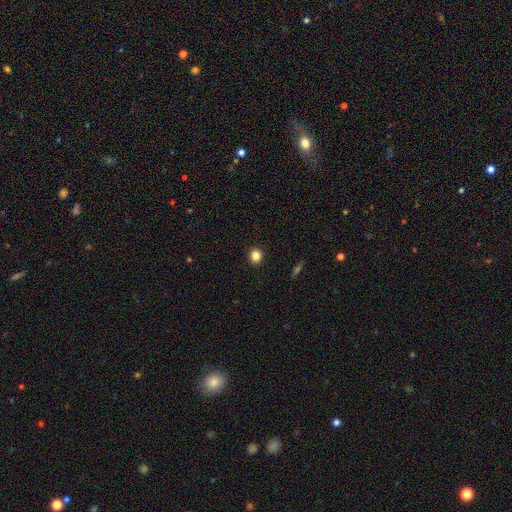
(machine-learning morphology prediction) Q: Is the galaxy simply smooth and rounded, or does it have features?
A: smooth — 84%.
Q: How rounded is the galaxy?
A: round — 84%.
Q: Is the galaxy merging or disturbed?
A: none — 92%.